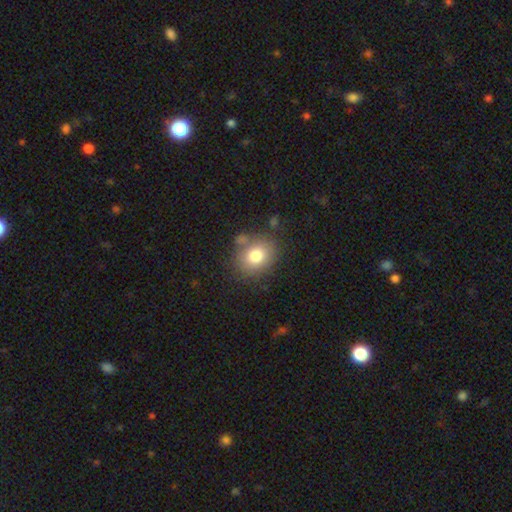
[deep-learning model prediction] Smooth or featured?
  - smooth: 78% *
  - featured or disk: 12%
  - star or artifact: 10%
How rounded?
  - round: 59% *
  - in between: 40%
  - cigar-shaped: 1%
Merging?
  - none: 72% *
  - minor disturbance: 15%
  - merger: 7%
  - major disturbance: 6%